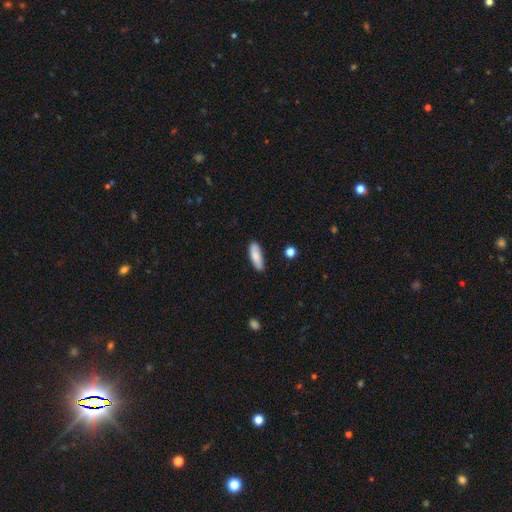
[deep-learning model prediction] Smooth or featured? Predicted: smooth (p=0.83). How rounded? Predicted: in between (p=0.55). Merging? Predicted: none (p=0.84).